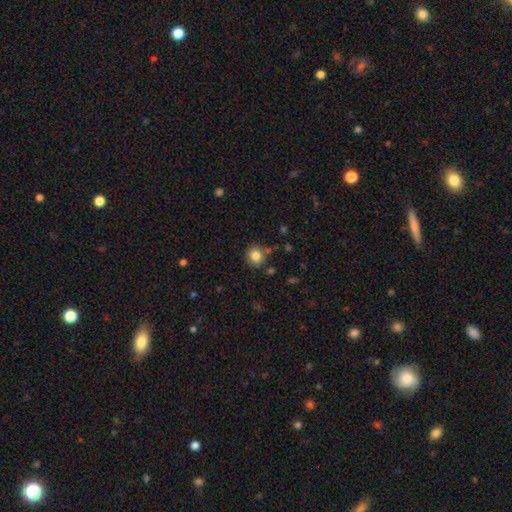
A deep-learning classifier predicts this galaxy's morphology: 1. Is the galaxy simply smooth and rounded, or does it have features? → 83% smooth, 11% star or artifact, 6% featured or disk.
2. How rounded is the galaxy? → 87% round, 12% in between, 1% cigar-shaped.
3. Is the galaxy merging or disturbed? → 83% none, 10% minor disturbance, 4% merger, 3% major disturbance.